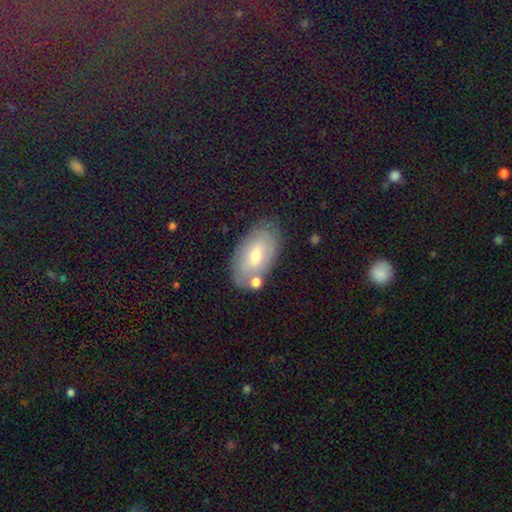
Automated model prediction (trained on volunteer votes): Smooth or featured? smooth (60%)
How rounded? in between (93%)
Merging? none (72%)